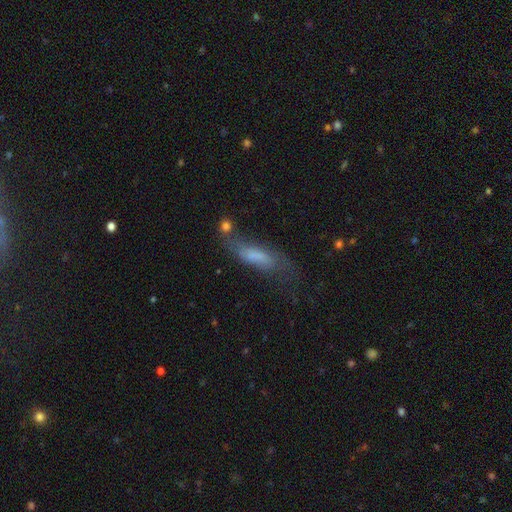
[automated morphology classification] This appears to be a smooth galaxy with no disk features (60%) that is cigar-shaped (58%). Merging: none (40%).